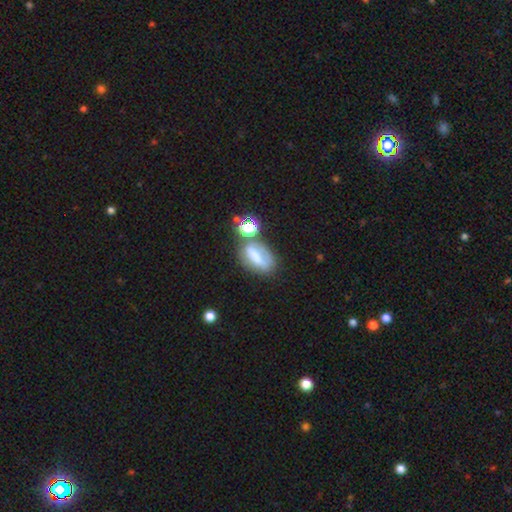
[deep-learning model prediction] Smooth or featured?
  - smooth: 44% *
  - featured or disk: 42%
  - star or artifact: 15%
Merging?
  - none: 46% *
  - minor disturbance: 22%
  - merger: 18%
  - major disturbance: 13%